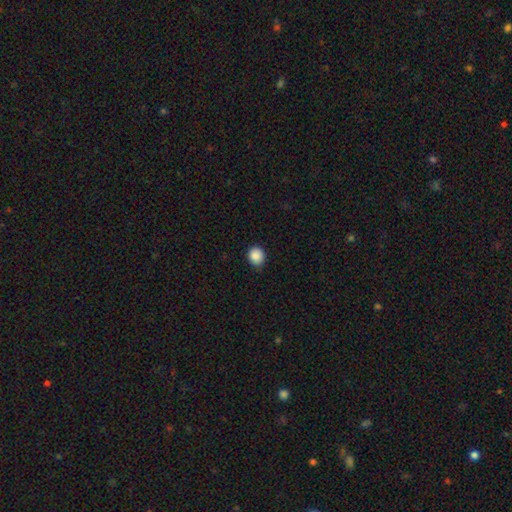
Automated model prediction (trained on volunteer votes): Smooth or featured: smooth — 87% (star or artifact — 9%)
How rounded: round — 78% (in between — 21%)
Merging: none — 83% (minor disturbance — 14%)